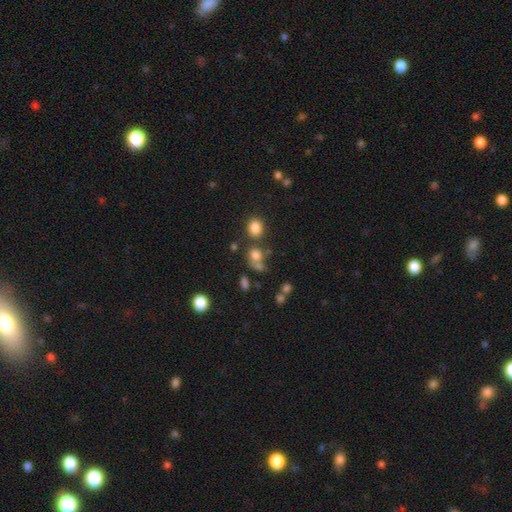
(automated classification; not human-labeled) smooth 74%, star or artifact 16%, featured or disk 10%. Down the decision tree: how rounded — round (59%); merging — none (47%).